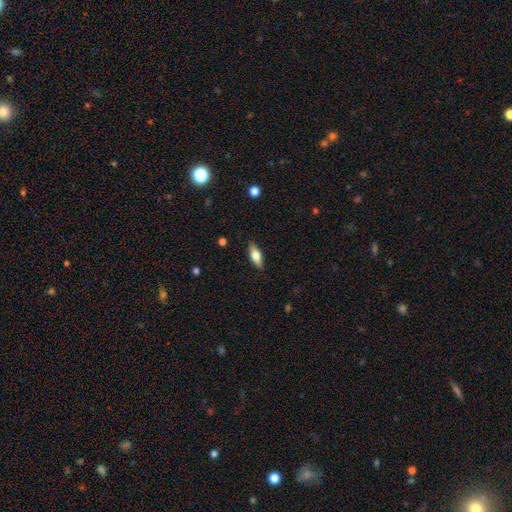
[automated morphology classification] A smooth galaxy with no disk features (62%) that is in between round and cigar-shaped (68%). Merging: none (87%).